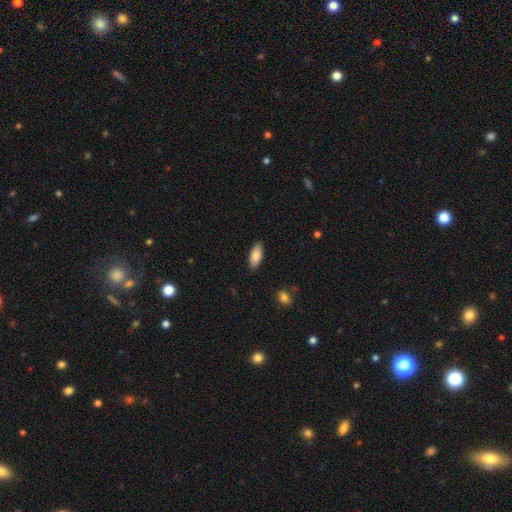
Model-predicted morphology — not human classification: Smooth or featured?
  - smooth: 86% *
  - featured or disk: 8%
  - star or artifact: 6%
How rounded?
  - in between: 85% *
  - cigar-shaped: 13%
  - round: 2%
Merging?
  - none: 88% *
  - minor disturbance: 9%
  - major disturbance: 2%
  - merger: 1%